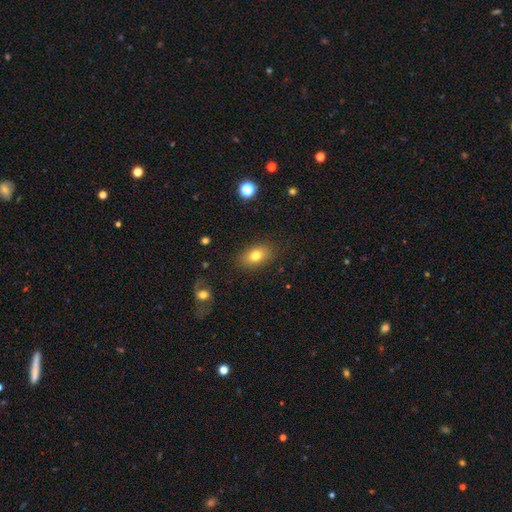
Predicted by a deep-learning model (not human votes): This is likely a smooth galaxy (77%). How rounded: clearly in between (81%). Merging: clearly none (84%).